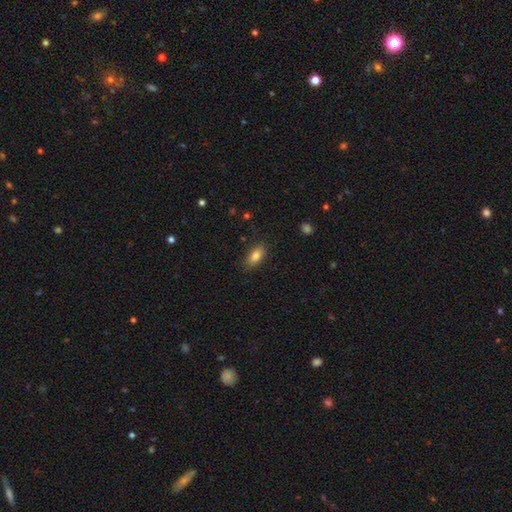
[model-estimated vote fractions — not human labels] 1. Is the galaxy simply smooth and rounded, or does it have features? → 82% smooth, 10% featured or disk, 8% star or artifact.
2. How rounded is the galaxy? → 85% in between, 10% cigar-shaped, 4% round.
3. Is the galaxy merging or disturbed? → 84% none, 12% minor disturbance, 3% major disturbance, 1% merger.